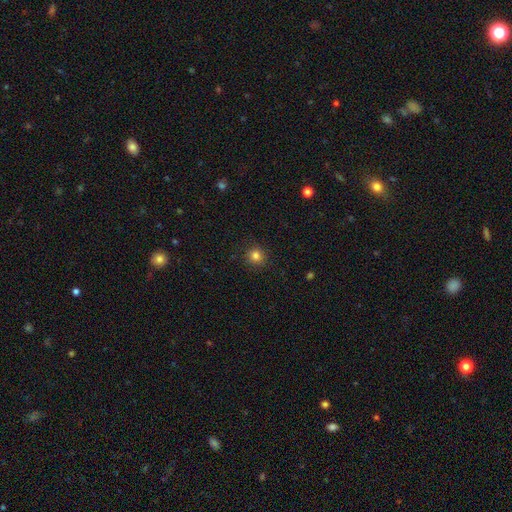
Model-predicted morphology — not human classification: Smooth or featured?
  - smooth: 82% *
  - star or artifact: 13%
  - featured or disk: 5%
How rounded?
  - round: 92% *
  - in between: 7%
  - cigar-shaped: 1%
Merging?
  - none: 89% *
  - minor disturbance: 8%
  - major disturbance: 2%
  - merger: 1%